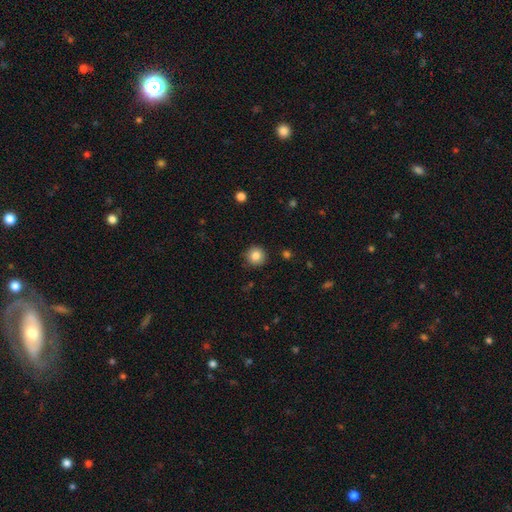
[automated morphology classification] A smooth galaxy with no disk features (84%) that is round (94%).

Vote fractions:
- Smooth or featured? smooth: 84% / star or artifact: 10% / featured or disk: 6%
- How rounded? round: 94% / in between: 5% / cigar-shaped: 1%
- Merging? none: 89% / minor disturbance: 7% / major disturbance: 2% / merger: 1%